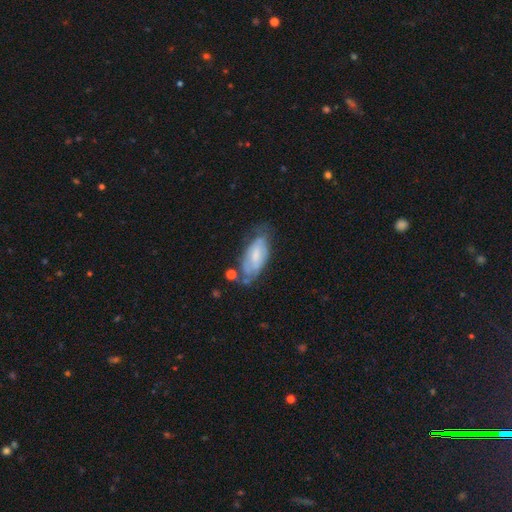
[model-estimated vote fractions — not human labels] Smooth or featured? featured or disk (55%)
Edge-on disk? no (89%)
Merging? none (45%)